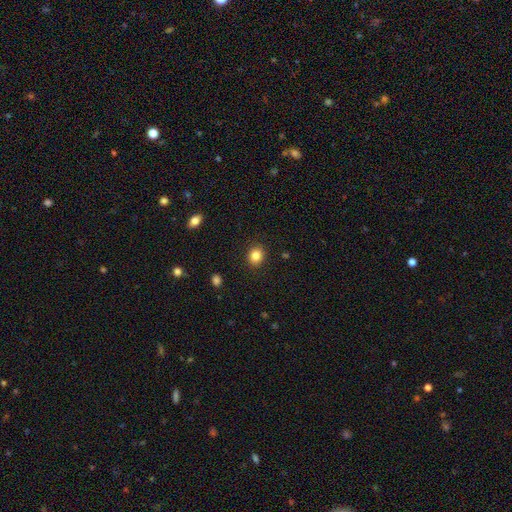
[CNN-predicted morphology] This appears to be a smooth galaxy with no disk features (84%) that is round (70%). Merging: none (90%).